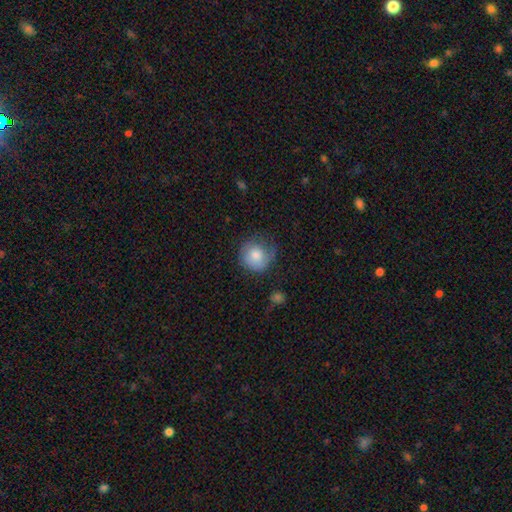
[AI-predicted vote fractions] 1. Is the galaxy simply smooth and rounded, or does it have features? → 72% smooth, 20% featured or disk, 8% star or artifact.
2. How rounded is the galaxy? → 88% round, 11% in between, 1% cigar-shaped.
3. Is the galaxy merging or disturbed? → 57% none, 27% minor disturbance, 13% major disturbance, 2% merger.